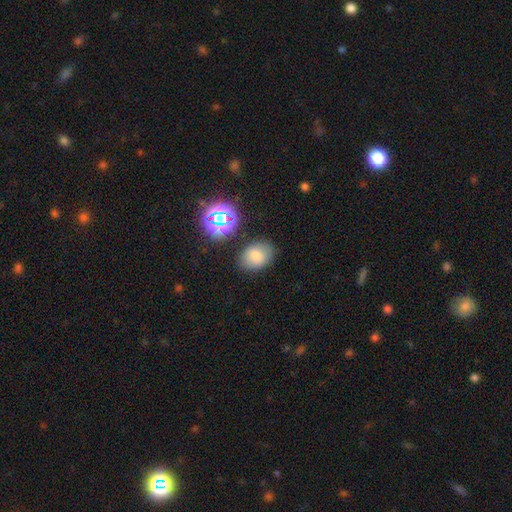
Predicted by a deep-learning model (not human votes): Overall: smooth (70%). How rounded: in between (65%; round 34%). Merging: none (80%).